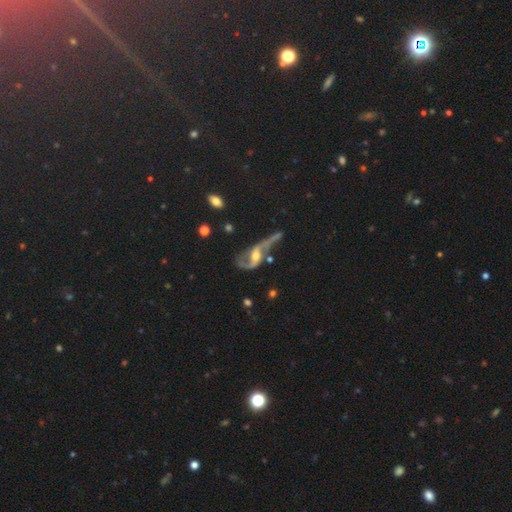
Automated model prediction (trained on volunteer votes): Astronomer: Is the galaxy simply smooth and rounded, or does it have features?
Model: featured or disk — 85%.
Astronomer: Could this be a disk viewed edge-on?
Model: no — 93%.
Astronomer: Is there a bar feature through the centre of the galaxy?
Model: no — 42% (runner-up: weak, 41%).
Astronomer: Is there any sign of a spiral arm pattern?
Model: yes — 90%.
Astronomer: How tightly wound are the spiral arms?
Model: loose — 77%.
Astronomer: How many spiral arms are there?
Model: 2 — 87%.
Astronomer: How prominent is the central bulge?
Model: moderate — 59%.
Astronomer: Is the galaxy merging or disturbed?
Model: major disturbance — 32%, tied with none at 32%.